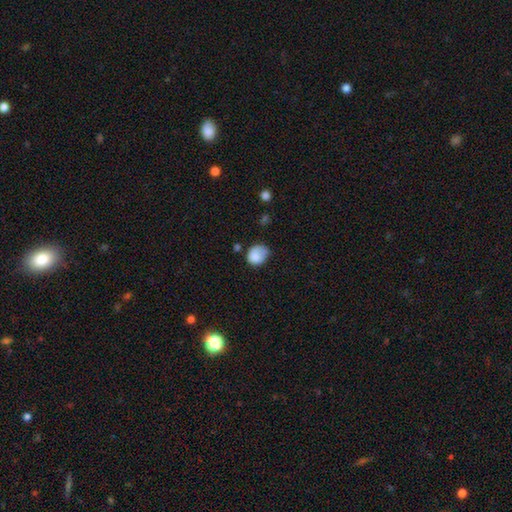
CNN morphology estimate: smooth-or-featured: smooth: 82% | featured or disk: 9% | star or artifact: 8%
  how-rounded: round: 56% | in between: 44% | cigar-shaped: 1%
  merging: none: 47% | minor disturbance: 35% | major disturbance: 14% | merger: 5%